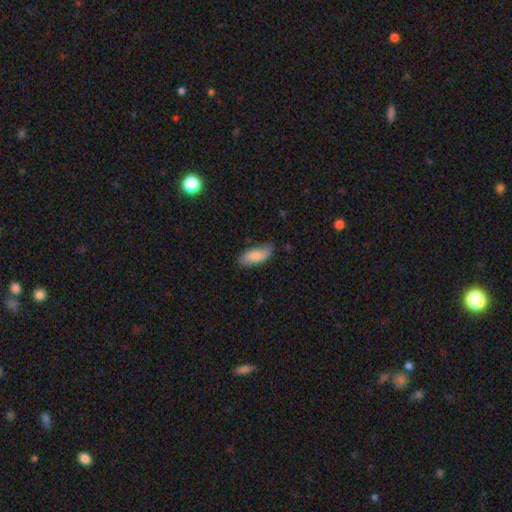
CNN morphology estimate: This appears to be a smooth galaxy with no disk features (83%) that is in between round and cigar-shaped (82%). Merging: none (68%).